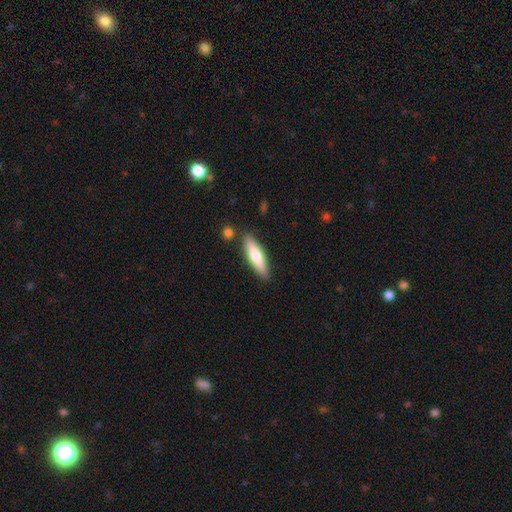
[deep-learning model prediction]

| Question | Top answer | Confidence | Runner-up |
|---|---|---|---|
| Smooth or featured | smooth | 64% | featured or disk (30%) |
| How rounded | cigar-shaped | 68% | in between (30%) |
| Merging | none | 84% | minor disturbance (10%) |